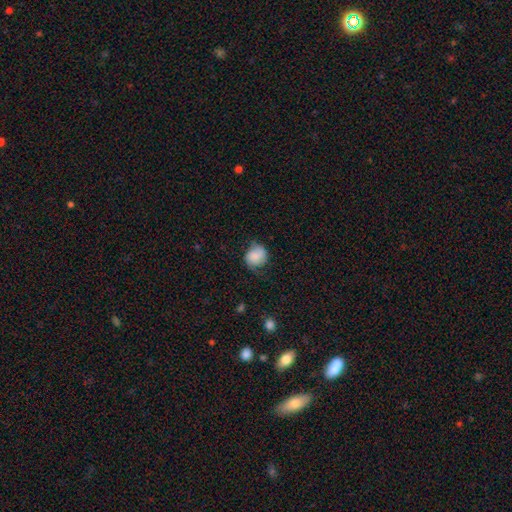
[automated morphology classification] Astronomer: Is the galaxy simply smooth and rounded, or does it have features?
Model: smooth — 75%.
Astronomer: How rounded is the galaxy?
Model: round — 71%.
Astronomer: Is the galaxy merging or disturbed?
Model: none — 55% (runner-up: minor disturbance, 31%).